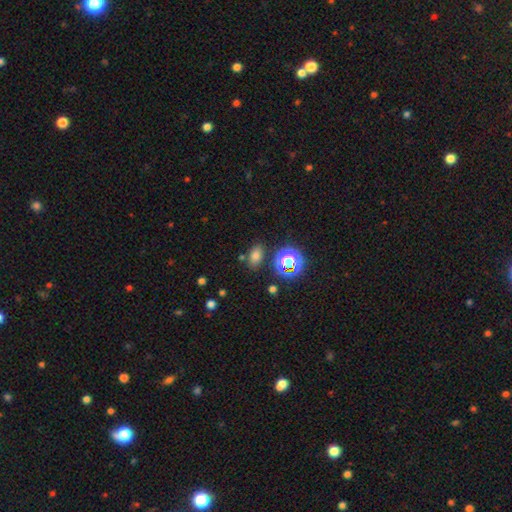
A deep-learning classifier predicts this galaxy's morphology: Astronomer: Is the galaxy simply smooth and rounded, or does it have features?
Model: smooth — 72%.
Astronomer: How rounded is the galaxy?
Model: in between — 79%.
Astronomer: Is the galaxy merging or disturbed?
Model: none — 79%.